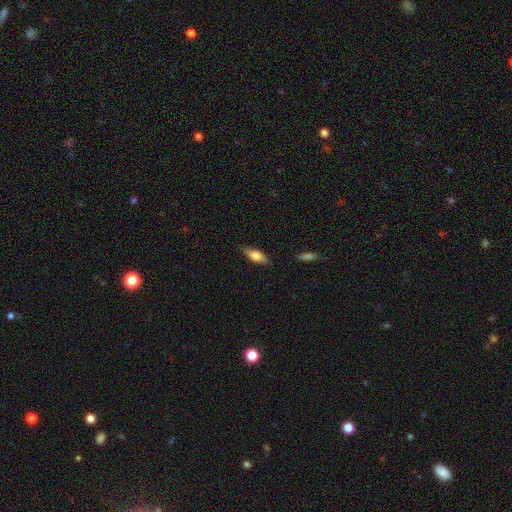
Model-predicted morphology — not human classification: smooth_or_featured: smooth (p=0.77) [alt: featured or disk p=0.16]
how_rounded: in between (p=0.74) [alt: cigar-shaped p=0.24]
merging: none (p=0.76) [alt: minor disturbance p=0.19]